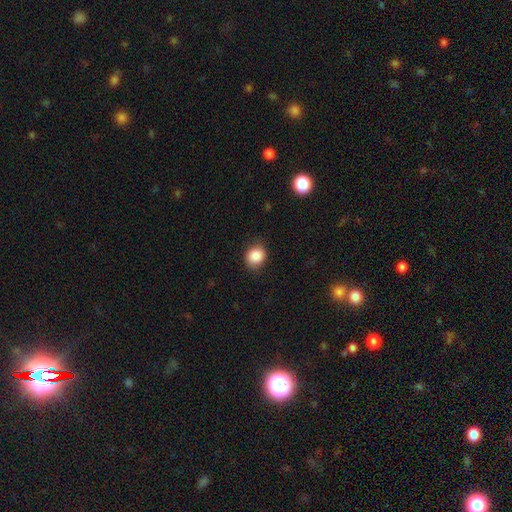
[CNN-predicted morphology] Q: Smooth or featured?
A: smooth (87%); runner-up: star or artifact (9%)
Q: How rounded?
A: round (69%); runner-up: in between (30%)
Q: Merging?
A: none (81%); runner-up: minor disturbance (14%)